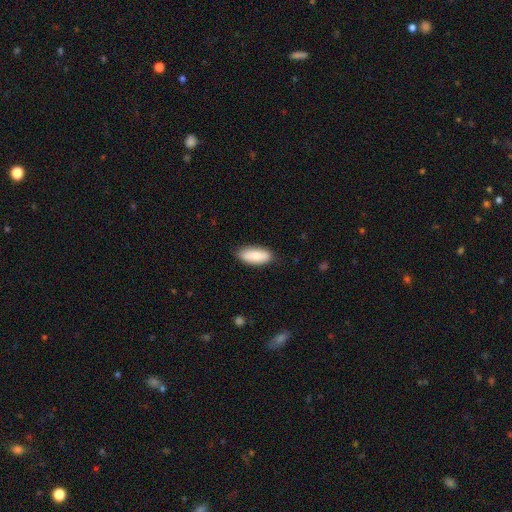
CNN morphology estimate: Smooth or featured: smooth — 81% (featured or disk — 13%)
How rounded: in between — 84% (cigar-shaped — 13%)
Merging: none — 84% (minor disturbance — 13%)